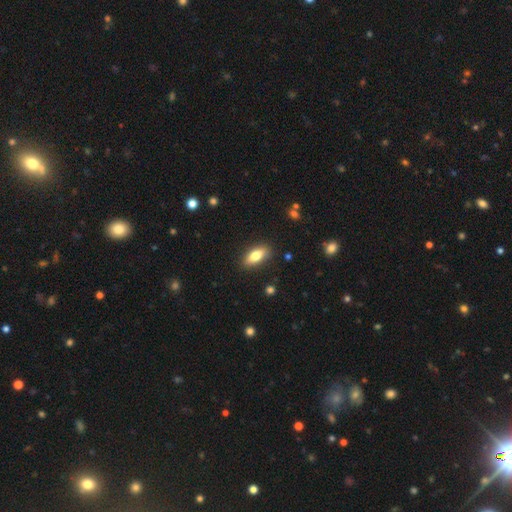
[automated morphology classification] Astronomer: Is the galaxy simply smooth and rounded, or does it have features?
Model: smooth — 77%.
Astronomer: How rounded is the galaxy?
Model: in between — 79%.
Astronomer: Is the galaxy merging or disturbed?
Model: none — 86%.